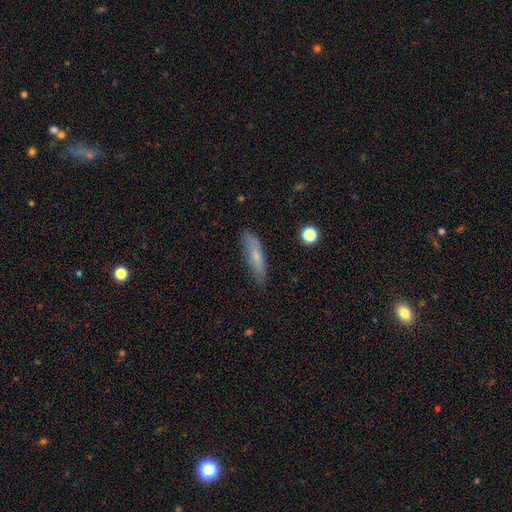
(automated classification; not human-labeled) Morphology: type=smooth (66%); roundness=cigar-shaped (68%); merging=none (75%).